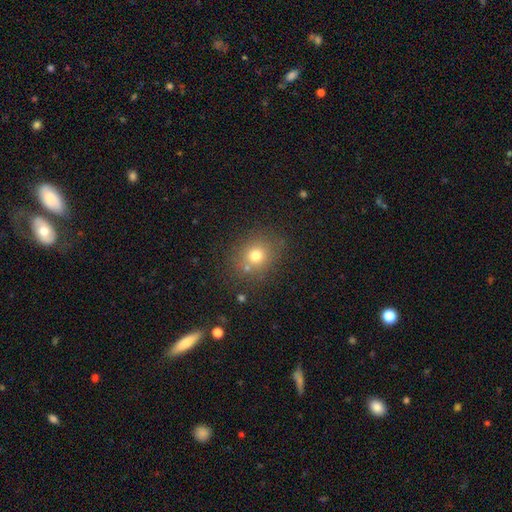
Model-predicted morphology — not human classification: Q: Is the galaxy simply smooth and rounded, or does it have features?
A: smooth — 74%.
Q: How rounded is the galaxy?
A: round — 74%.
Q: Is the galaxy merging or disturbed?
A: none — 79%.